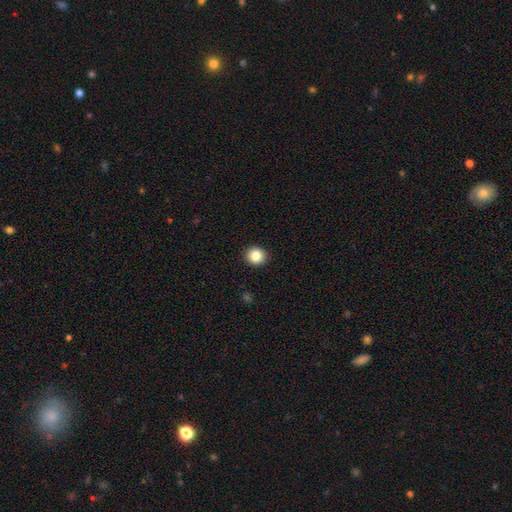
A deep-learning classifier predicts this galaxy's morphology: The model was most divided on "how rounded": round: 87%, in between: 13%, cigar-shaped: 1%. More confident: merging — none (92%); smooth or featured — smooth (85%).